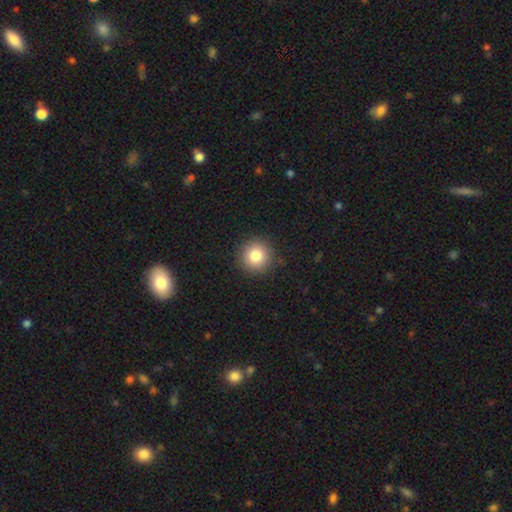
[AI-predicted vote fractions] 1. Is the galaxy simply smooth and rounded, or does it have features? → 82% smooth, 11% star or artifact, 7% featured or disk.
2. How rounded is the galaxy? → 95% round, 4% in between, 1% cigar-shaped.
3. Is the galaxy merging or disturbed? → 91% none, 6% minor disturbance, 2% major disturbance, 1% merger.